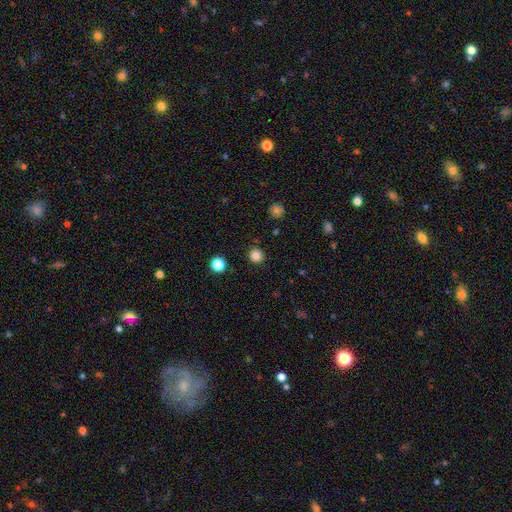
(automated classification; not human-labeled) Overall: smooth (83%). How rounded: round (95%). Merging: none (92%).